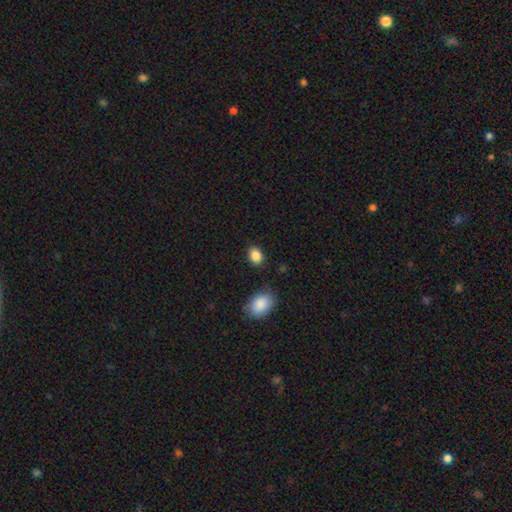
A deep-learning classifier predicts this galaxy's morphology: Q: Smooth or featured?
A: smooth (87%); runner-up: star or artifact (9%)
Q: How rounded?
A: in between (68%); runner-up: round (31%)
Q: Merging?
A: none (84%); runner-up: minor disturbance (11%)